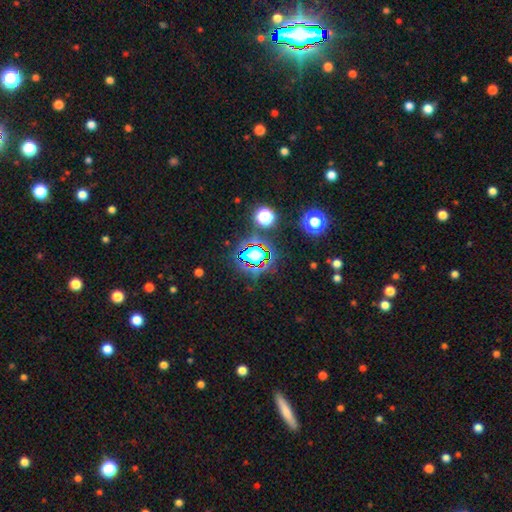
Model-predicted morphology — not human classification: This appears to be a star or artifact, not a galaxy (67%).